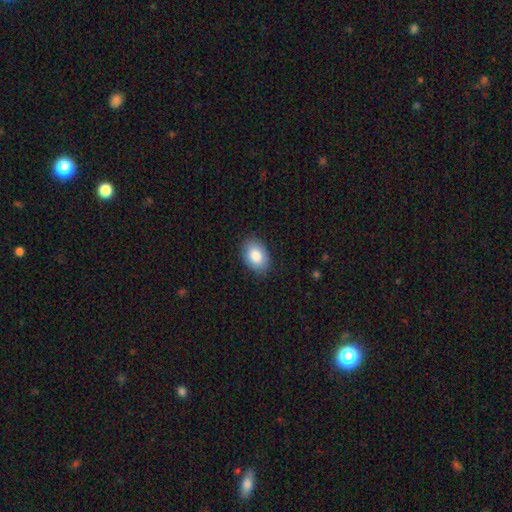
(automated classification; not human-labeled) A smooth galaxy with no disk features (86%) that is in between round and cigar-shaped (86%).

Vote fractions:
- Smooth or featured? smooth: 86% / featured or disk: 8% / star or artifact: 7%
- How rounded? in between: 86% / round: 13% / cigar-shaped: 1%
- Merging? none: 86% / minor disturbance: 10% / major disturbance: 2% / merger: 1%